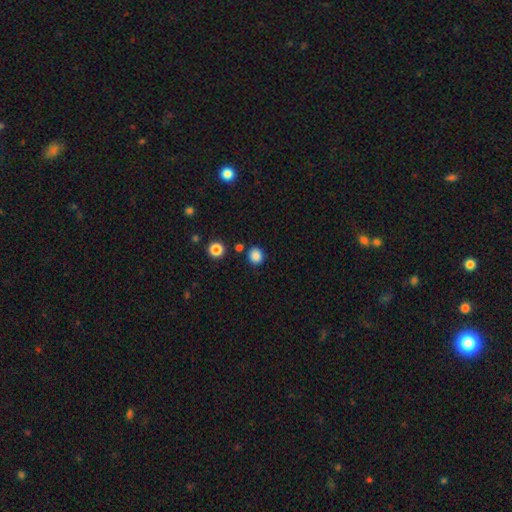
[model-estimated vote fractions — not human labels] smooth 86%, star or artifact 11%, featured or disk 3%. Down the decision tree: how rounded — round (79%); merging — none (84%).